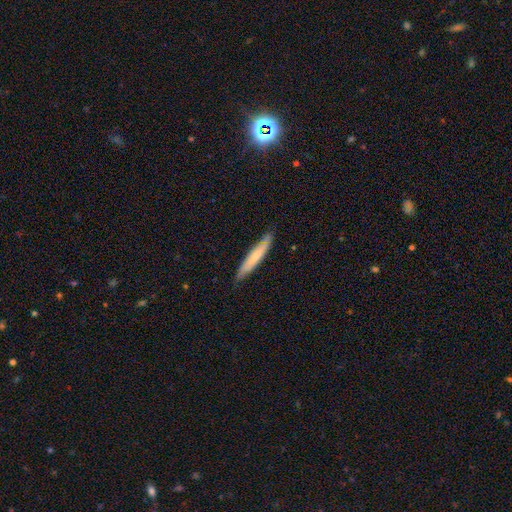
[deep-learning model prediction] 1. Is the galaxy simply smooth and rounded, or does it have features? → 67% smooth, 28% featured or disk, 5% star or artifact.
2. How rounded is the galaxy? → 92% cigar-shaped, 7% in between, 1% round.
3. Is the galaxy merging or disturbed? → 84% none, 13% minor disturbance, 2% major disturbance, 1% merger.